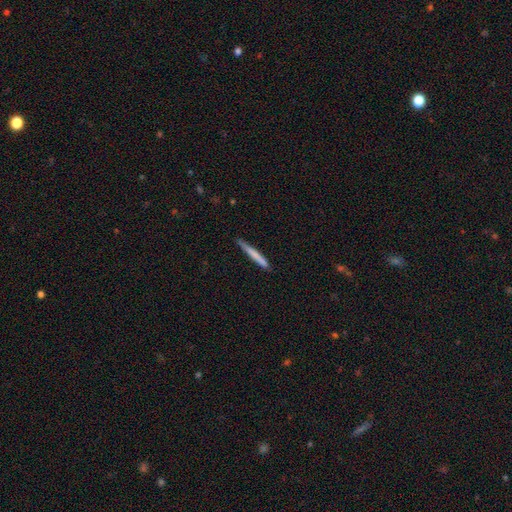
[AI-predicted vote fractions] smooth-or-featured: smooth: 68% | featured or disk: 26% | star or artifact: 5%
  how-rounded: cigar-shaped: 97% | in between: 2% | round: 1%
  merging: none: 85% | minor disturbance: 12% | major disturbance: 2% | merger: 1%